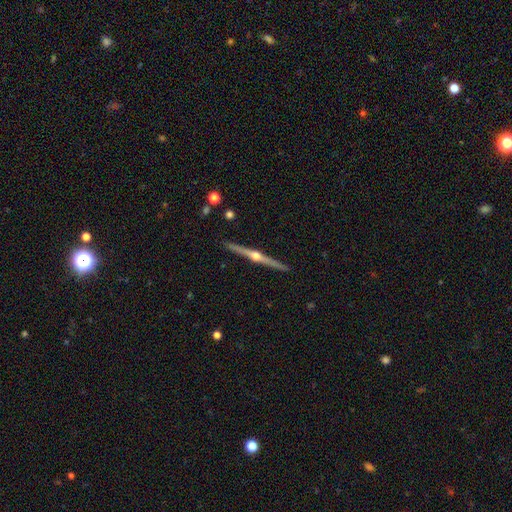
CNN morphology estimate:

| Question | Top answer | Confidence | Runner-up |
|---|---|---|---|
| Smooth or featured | featured or disk | 85% | smooth (9%) |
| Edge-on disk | yes | 99% | no (1%) |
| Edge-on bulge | rounded | 95% | none (3%) |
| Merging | none | 92% | minor disturbance (6%) |